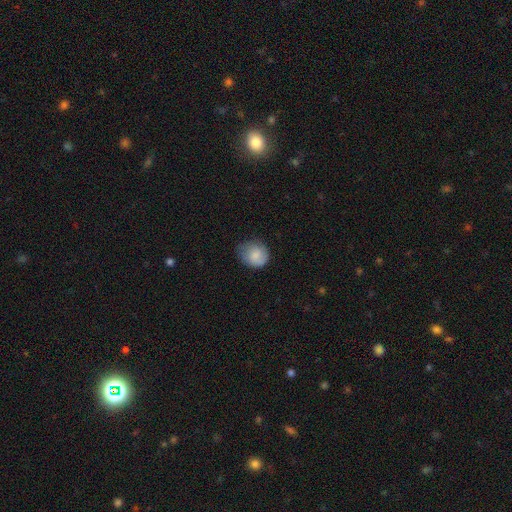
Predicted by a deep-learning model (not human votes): The model was most divided on "how rounded": round: 64%, in between: 35%, cigar-shaped: 1%. More confident: smooth or featured — smooth (76%); merging — none (64%).